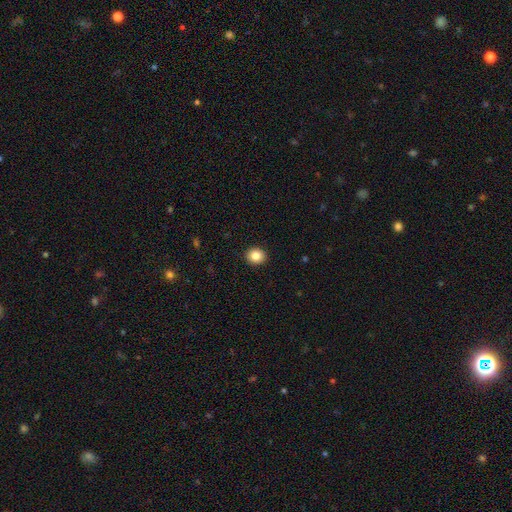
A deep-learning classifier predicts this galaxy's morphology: The model was most divided on "how rounded": round: 78%, in between: 21%, cigar-shaped: 1%. More confident: merging — none (92%); smooth or featured — smooth (84%).